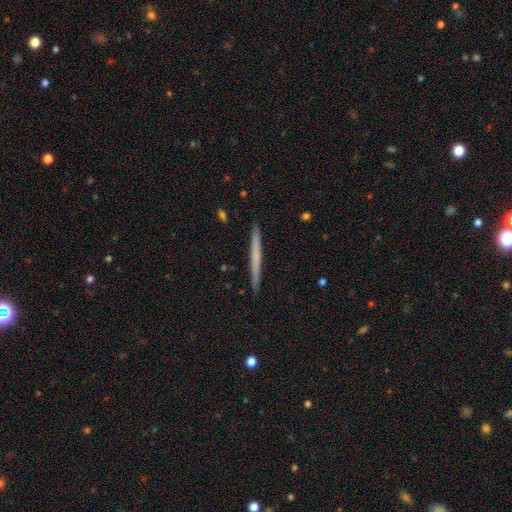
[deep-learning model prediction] Q: Smooth or featured?
A: smooth (53%); runner-up: featured or disk (42%)
Q: How rounded?
A: cigar-shaped (97%); runner-up: in between (1%)
Q: Merging?
A: none (93%); runner-up: minor disturbance (5%)